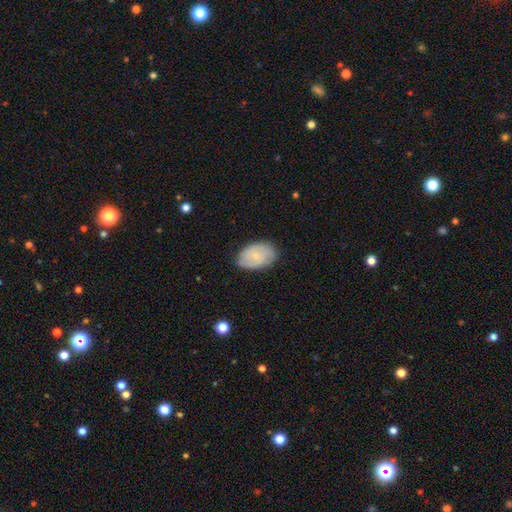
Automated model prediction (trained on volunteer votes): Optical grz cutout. It shows a smooth galaxy with no disk features (64%) that is in between round and cigar-shaped (90%). Merging: none (79%).